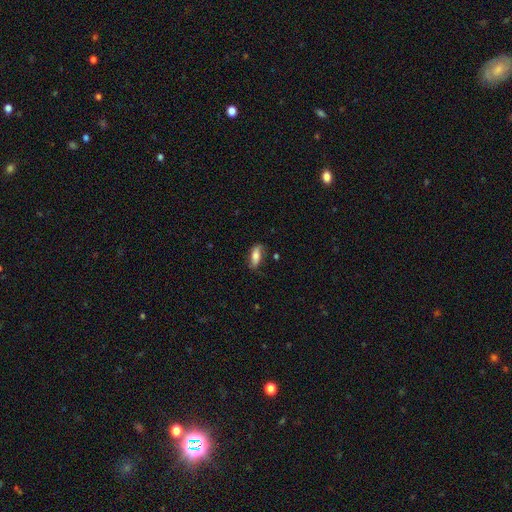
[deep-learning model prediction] Smooth or featured? Predicted: smooth (p=0.63). How rounded? Predicted: in between (p=0.74). Merging? Predicted: none (p=0.66).